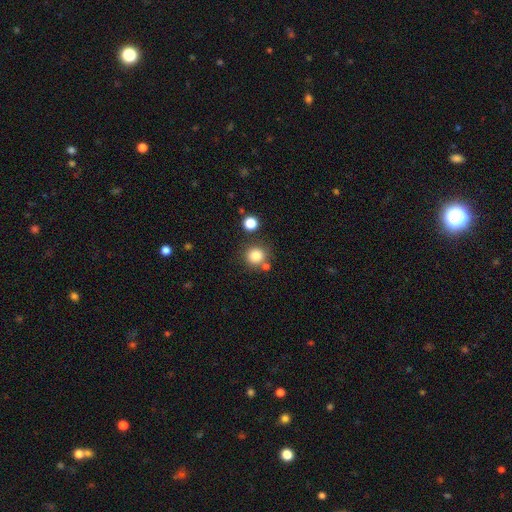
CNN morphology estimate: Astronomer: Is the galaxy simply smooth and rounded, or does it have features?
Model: smooth — 84%.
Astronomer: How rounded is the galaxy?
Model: round — 91%.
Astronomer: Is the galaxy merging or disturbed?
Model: none — 76%.